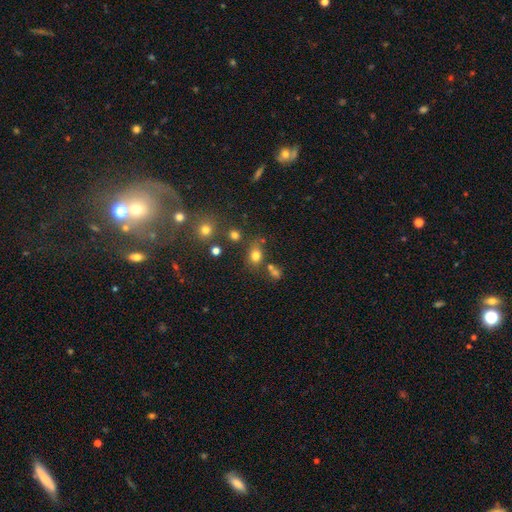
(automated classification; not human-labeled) The model was most divided on "how rounded": round: 51%, in between: 48%, cigar-shaped: 1%. More confident: smooth or featured — smooth (75%); merging — none (65%).